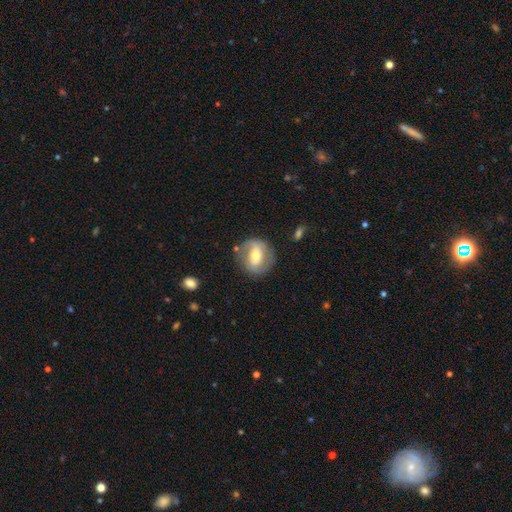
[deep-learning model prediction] This appears to be a featured or disk galaxy (55%) with a strong bar (40%), no spiral arms (50%, tied with yes) and a moderate central bulge (66%). Merging: none (76%).